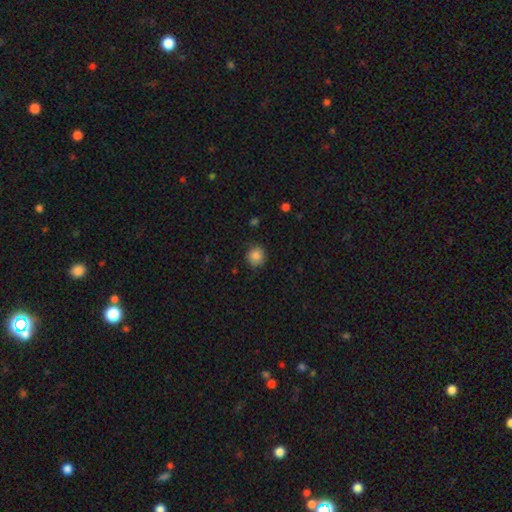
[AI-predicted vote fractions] smooth_or_featured: smooth (p=0.85) [alt: star or artifact p=0.09]
how_rounded: round (p=0.90) [alt: in between p=0.09]
merging: none (p=0.85) [alt: minor disturbance p=0.11]